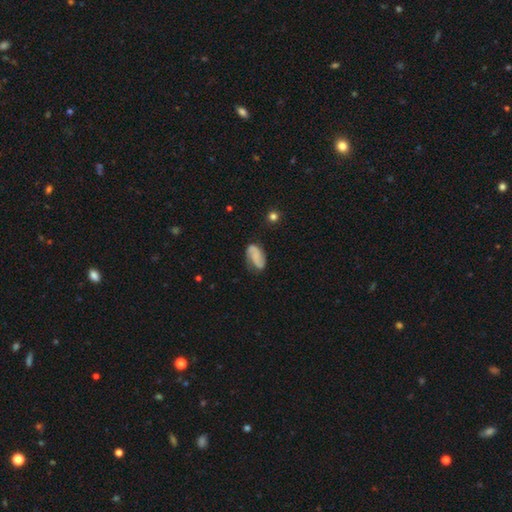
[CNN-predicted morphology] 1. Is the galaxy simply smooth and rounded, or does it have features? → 55% featured or disk, 37% smooth, 8% star or artifact.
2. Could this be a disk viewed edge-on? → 97% no, 3% yes.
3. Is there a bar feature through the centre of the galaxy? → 56% no, 31% weak, 14% strong.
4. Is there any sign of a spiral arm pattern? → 91% yes, 9% no.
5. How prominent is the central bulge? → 63% none, 23% small, 9% moderate, 4% large, 2% dominant.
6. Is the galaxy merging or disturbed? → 66% none, 23% minor disturbance, 9% major disturbance, 2% merger.